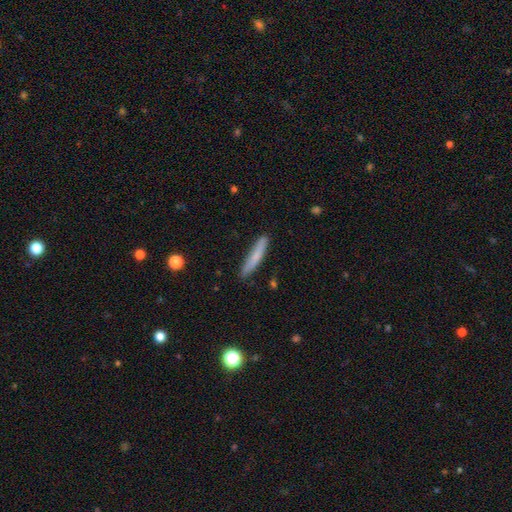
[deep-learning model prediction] The model was most divided on "smooth or featured": smooth: 71%, featured or disk: 22%, star or artifact: 6%. More confident: how rounded — cigar-shaped (93%); merging — none (85%).